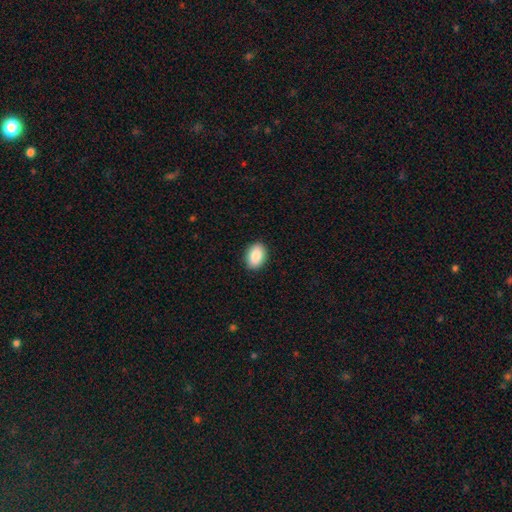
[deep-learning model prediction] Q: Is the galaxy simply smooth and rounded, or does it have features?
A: smooth — 89%.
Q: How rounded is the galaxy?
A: in between — 83%.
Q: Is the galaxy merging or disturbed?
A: none — 91%.